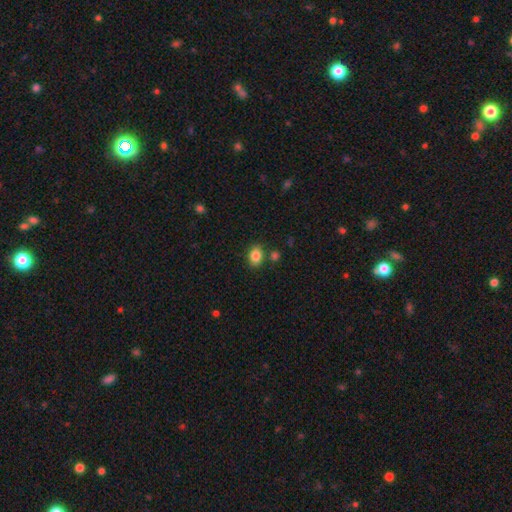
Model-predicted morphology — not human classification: The model was most divided on "how rounded": in between: 70%, round: 29%, cigar-shaped: 1%. More confident: smooth or featured — smooth (85%); merging — none (78%).